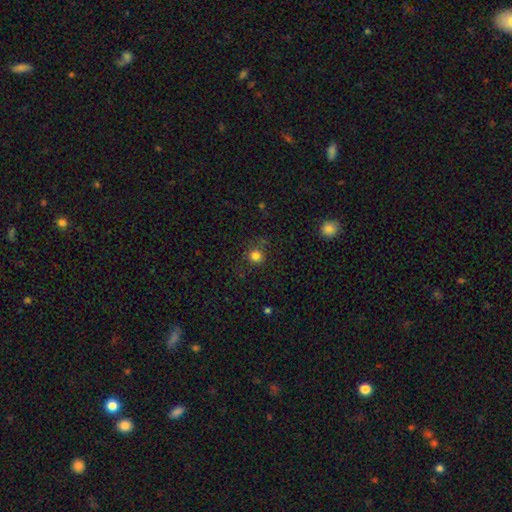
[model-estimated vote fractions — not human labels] smooth-or-featured: smooth: 80% | star or artifact: 15% | featured or disk: 5%
  how-rounded: round: 92% | in between: 7% | cigar-shaped: 1%
  merging: none: 81% | minor disturbance: 11% | major disturbance: 5% | merger: 2%